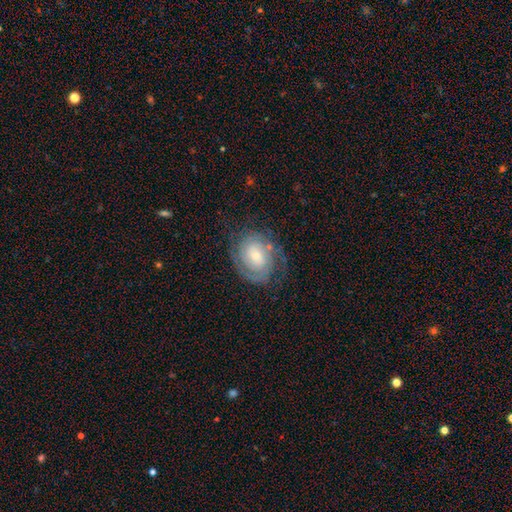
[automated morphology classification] The model was most divided on "bulge size": small: 48%, moderate: 38%, large: 9%, none: 4%, dominant: 2%. More confident: edge-on disk — no (97%); spiral arms — yes (94%); smooth or featured — featured or disk (77%); merging — none (72%); spiral winding — tight (65%); bar — no (62%); spiral arm count — 2 (61%).